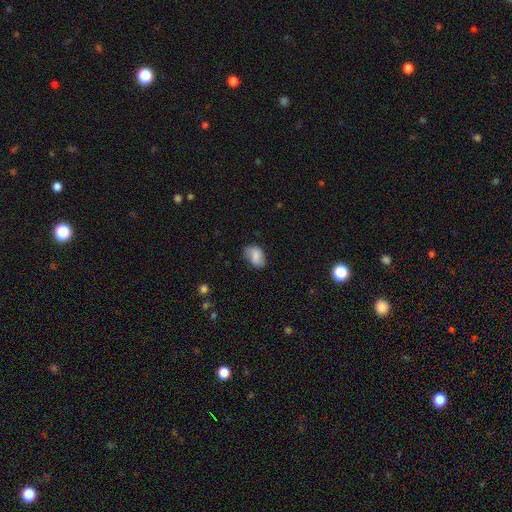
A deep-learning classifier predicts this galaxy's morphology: type=smooth (76%); roundness=in between (83%); merging=none (64%).